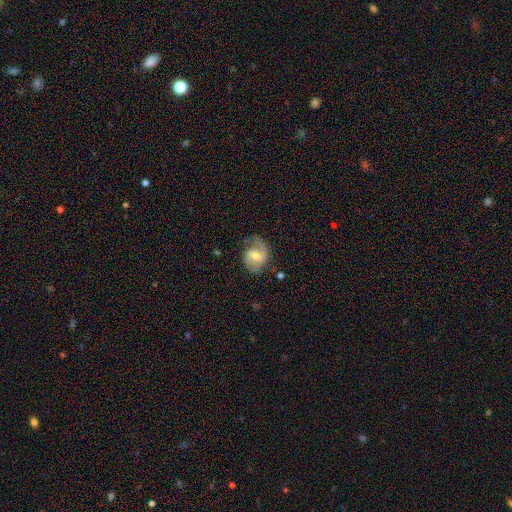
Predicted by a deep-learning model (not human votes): smooth_or_featured: featured or disk (p=0.69) [alt: smooth p=0.24]
disk_edge_on: no (p=0.97) [alt: yes p=0.03]
bar: weak (p=0.50) [alt: no p=0.32]
has_spiral_arms: yes (p=0.87) [alt: no p=0.13]
spiral_winding: medium (p=0.46) [alt: loose p=0.33]
spiral_arm_count: 2 (p=0.70) [alt: 1 p=0.18]
bulge_size: moderate (p=0.58) [alt: small p=0.32]
merging: none (p=0.58) [alt: minor disturbance p=0.24]